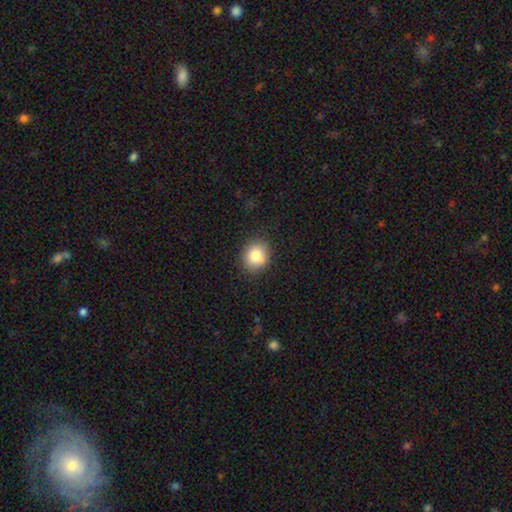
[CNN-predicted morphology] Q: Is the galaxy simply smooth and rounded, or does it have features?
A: smooth — 83%.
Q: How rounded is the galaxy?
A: round — 69%.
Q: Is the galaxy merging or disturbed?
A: none — 82%.